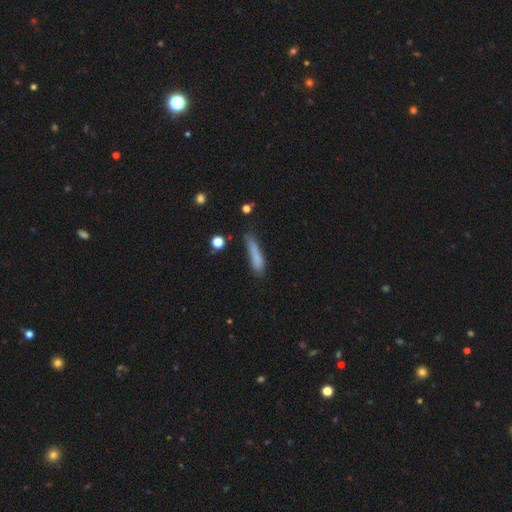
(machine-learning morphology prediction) Smooth or featured?
  - smooth: 77% *
  - featured or disk: 14%
  - star or artifact: 9%
How rounded?
  - cigar-shaped: 85% *
  - in between: 13%
  - round: 2%
Merging?
  - none: 55% *
  - minor disturbance: 29%
  - major disturbance: 12%
  - merger: 4%